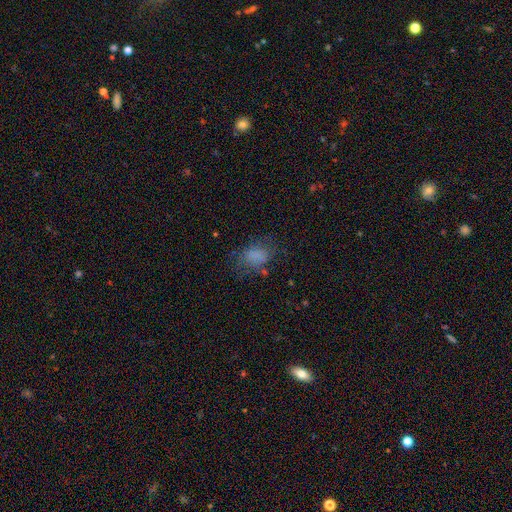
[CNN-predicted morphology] This appears to be a smooth galaxy with no disk features (76%) that is in between round and cigar-shaped (75%). Merging: none (55%).